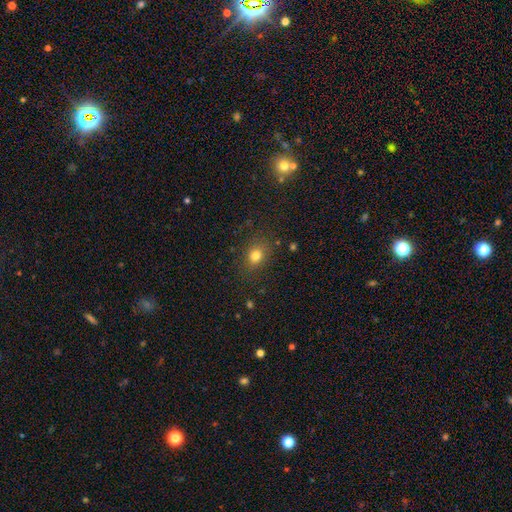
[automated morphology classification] Smooth or featured? smooth (79%)
How rounded? in between (49%, tied with round)
Merging? none (83%)